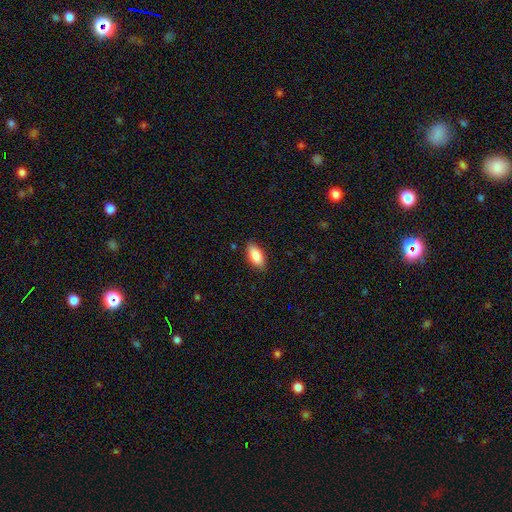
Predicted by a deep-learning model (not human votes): Smooth or featured: smooth — 86% (featured or disk — 7%)
How rounded: in between — 89% (cigar-shaped — 9%)
Merging: none — 86% (minor disturbance — 11%)